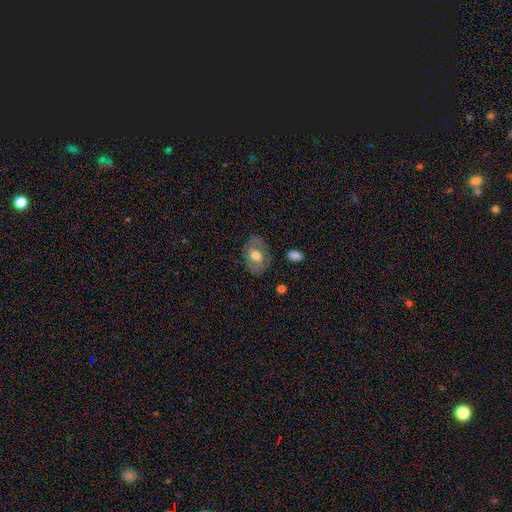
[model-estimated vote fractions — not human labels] This appears to be a smooth galaxy with no disk features (53%) that is in between round and cigar-shaped (81%). Merging: none (75%).